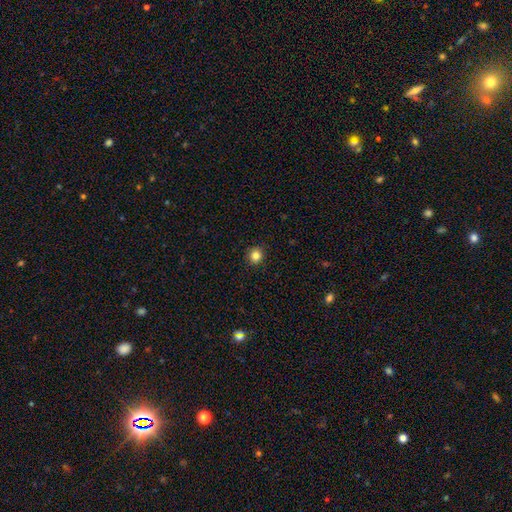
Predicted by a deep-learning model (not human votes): Smooth or featured? smooth (84%)
How rounded? round (92%)
Merging? none (92%)